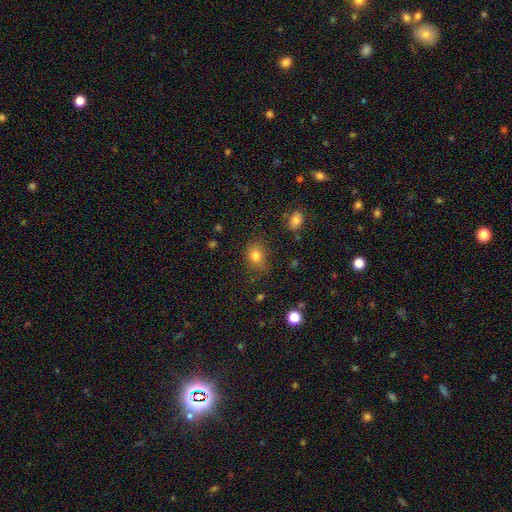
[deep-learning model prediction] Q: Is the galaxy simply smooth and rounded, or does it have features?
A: smooth — 80%.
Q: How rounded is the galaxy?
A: in between — 53%.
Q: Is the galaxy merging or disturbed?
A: none — 74%.